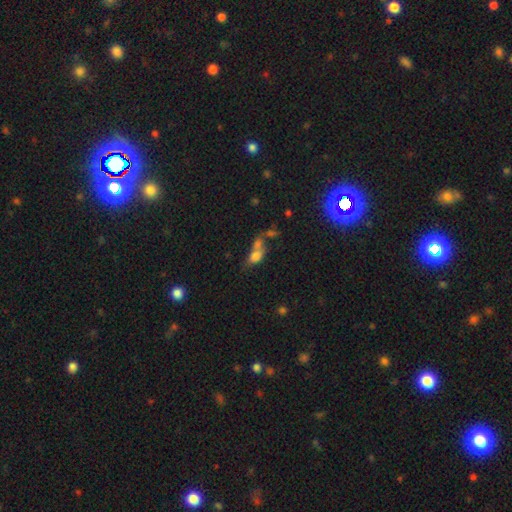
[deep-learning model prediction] Smooth or featured?
  - smooth: 69% *
  - featured or disk: 17%
  - star or artifact: 13%
How rounded?
  - in between: 75% *
  - round: 19%
  - cigar-shaped: 6%
Merging?
  - merger: 58% *
  - none: 20%
  - major disturbance: 11%
  - minor disturbance: 10%